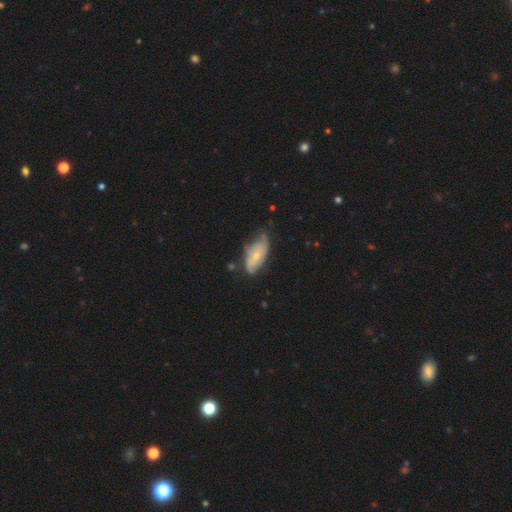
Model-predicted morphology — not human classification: Smooth or featured? smooth (47%)
Merging? none (49%)